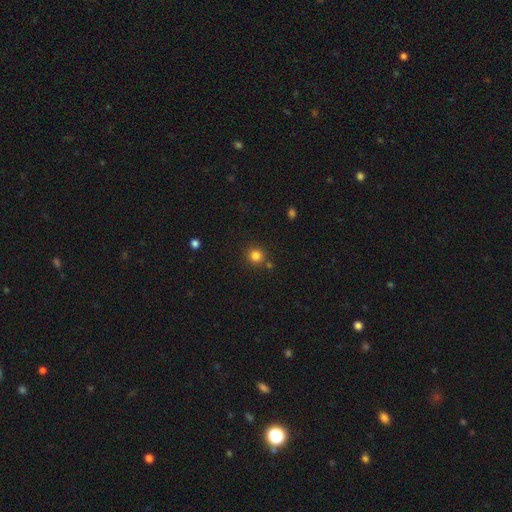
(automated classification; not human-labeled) Smooth or featured? smooth (82%)
How rounded? round (92%)
Merging? none (83%)